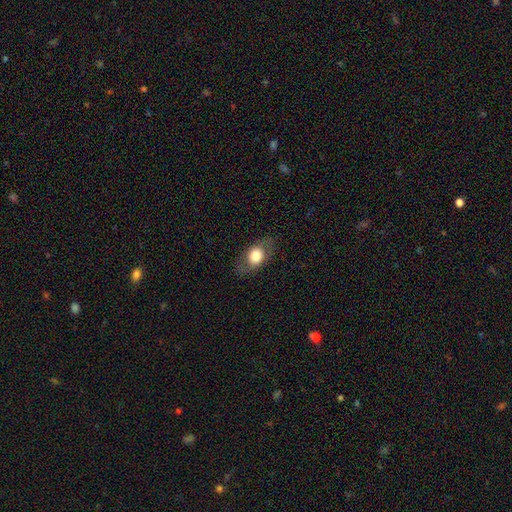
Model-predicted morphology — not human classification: Overall: smooth (68%). How rounded: in between (71%). Merging: none (80%).